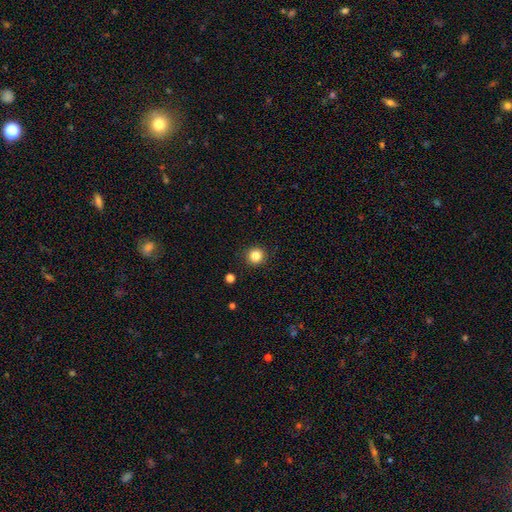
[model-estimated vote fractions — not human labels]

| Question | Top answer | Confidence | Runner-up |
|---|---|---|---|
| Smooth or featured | smooth | 84% | star or artifact (11%) |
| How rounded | round | 93% | in between (6%) |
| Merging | none | 91% | minor disturbance (6%) |